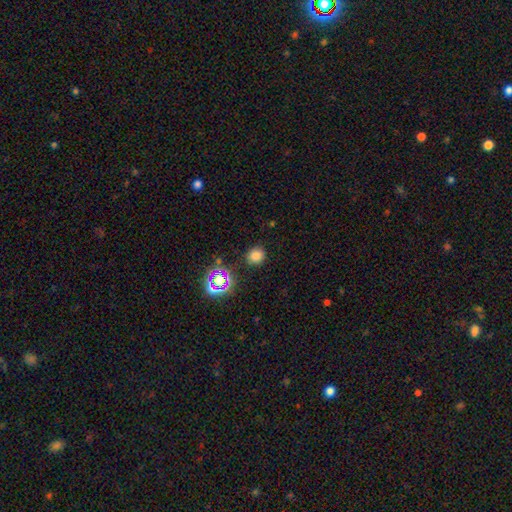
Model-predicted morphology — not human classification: smooth-or-featured: smooth: 74% | star or artifact: 20% | featured or disk: 6%
  how-rounded: round: 76% | in between: 23% | cigar-shaped: 1%
  merging: none: 85% | minor disturbance: 9% | major disturbance: 3% | merger: 2%